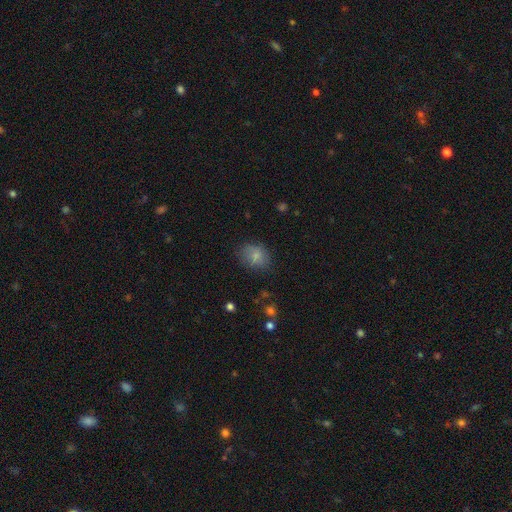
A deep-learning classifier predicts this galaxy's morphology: The model was most divided on "how rounded": in between: 57%, round: 42%, cigar-shaped: 1%. More confident: smooth or featured — smooth (78%); merging — none (70%).